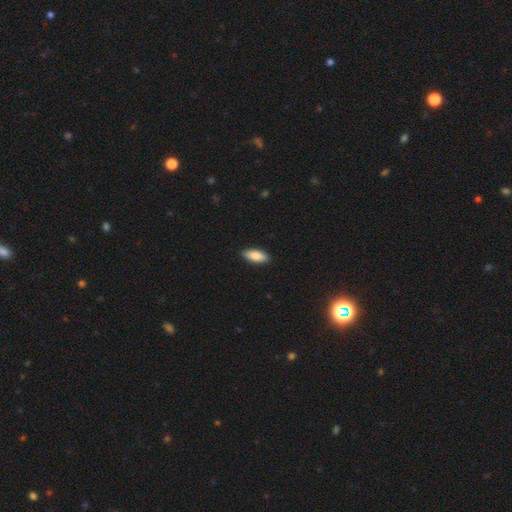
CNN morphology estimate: Overall: smooth (86%). How rounded: in between (83%). Merging: none (90%).